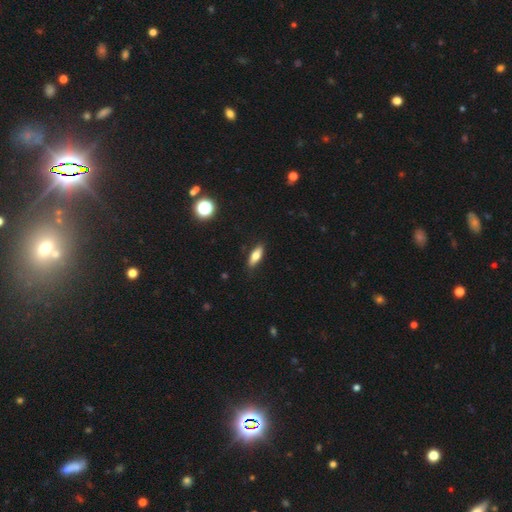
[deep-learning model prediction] This appears to be a smooth galaxy with no disk features (69%) that is in between round and cigar-shaped (61%). Merging: none (87%).